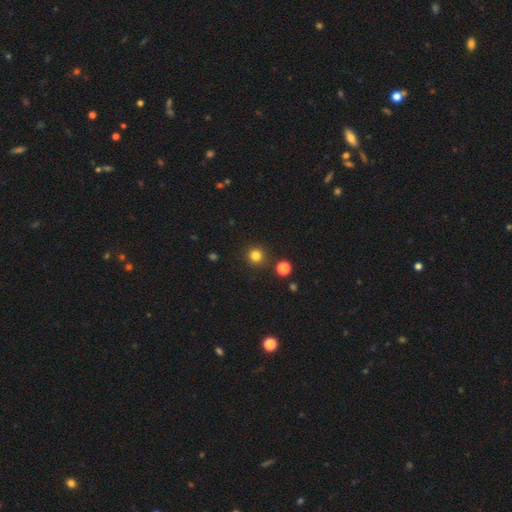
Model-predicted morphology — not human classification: Smooth or featured?
  - smooth: 81% *
  - star or artifact: 14%
  - featured or disk: 4%
How rounded?
  - round: 93% *
  - in between: 6%
  - cigar-shaped: 1%
Merging?
  - none: 89% *
  - minor disturbance: 6%
  - merger: 3%
  - major disturbance: 2%